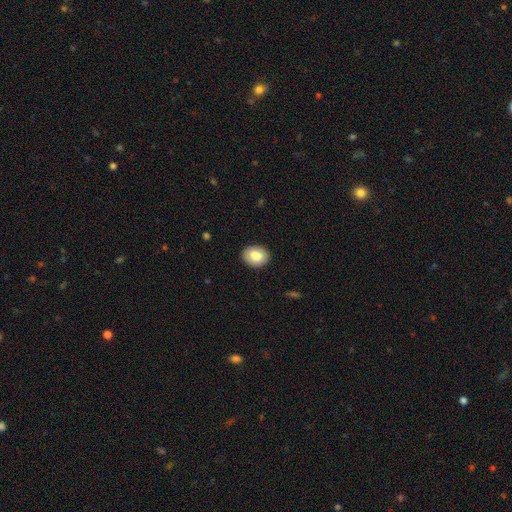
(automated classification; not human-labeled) smooth-or-featured: smooth: 82% | featured or disk: 11% | star or artifact: 7%
  how-rounded: in between: 63% | round: 36% | cigar-shaped: 1%
  merging: none: 89% | minor disturbance: 8% | major disturbance: 2% | merger: 1%